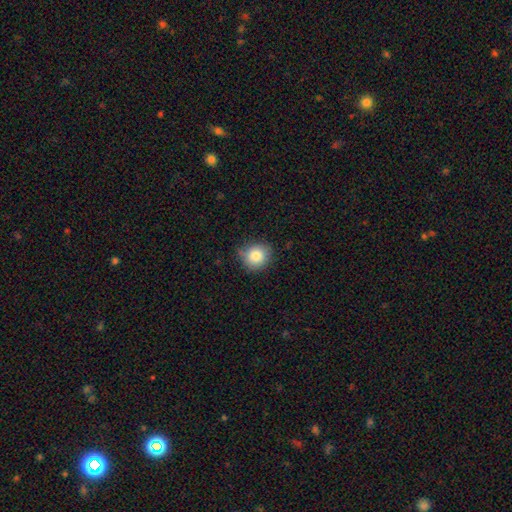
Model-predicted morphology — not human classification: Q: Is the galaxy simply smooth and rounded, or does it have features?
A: smooth — 83%.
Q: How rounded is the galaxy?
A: round — 85%.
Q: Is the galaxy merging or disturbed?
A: none — 76%.